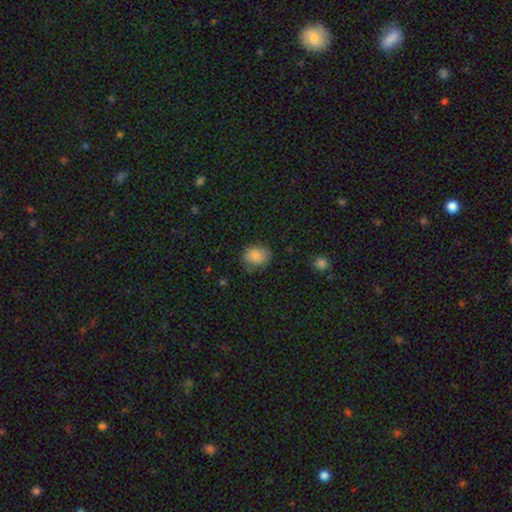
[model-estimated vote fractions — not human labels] The model was most divided on "how rounded": in between: 57%, round: 43%, cigar-shaped: 1%. More confident: smooth or featured — smooth (84%); merging — none (73%).